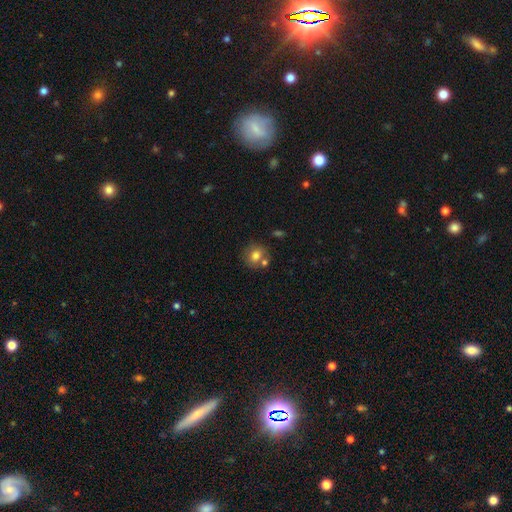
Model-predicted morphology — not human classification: type=smooth (76%); roundness=round (78%); merging=none (64%).